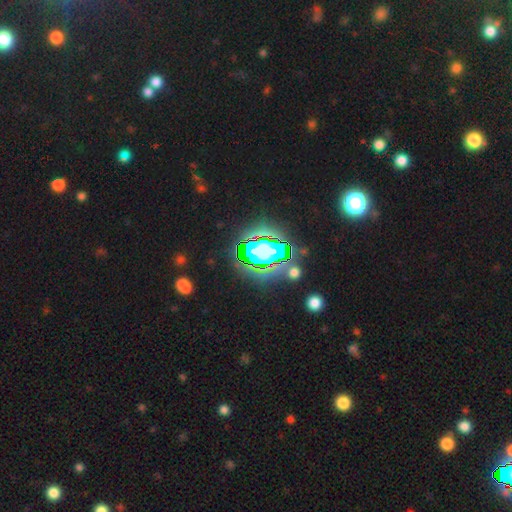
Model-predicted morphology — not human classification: smooth_or_featured: star or artifact (p=0.80) [alt: smooth p=0.12]